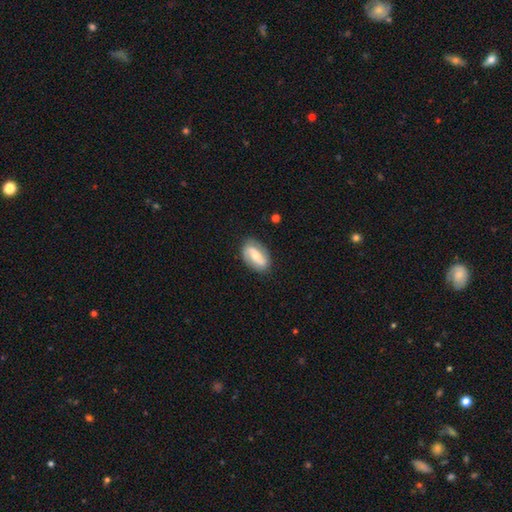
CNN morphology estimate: featured or disk 62%, smooth 32%, star or artifact 6%. Down the decision tree: edge-on disk — no (94%); bar — strong (36%); spiral arms — yes (80%); bulge size — moderate (56%); merging — none (82%).